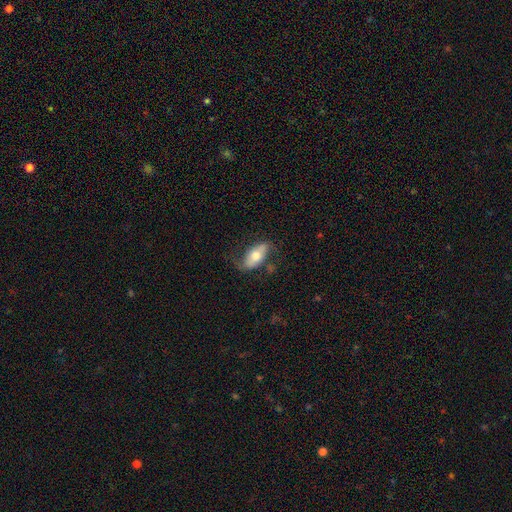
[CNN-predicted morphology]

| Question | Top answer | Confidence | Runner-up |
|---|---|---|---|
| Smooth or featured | smooth | 52% | featured or disk (42%) |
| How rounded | in between | 88% | cigar-shaped (7%) |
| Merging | none | 63% | minor disturbance (23%) |